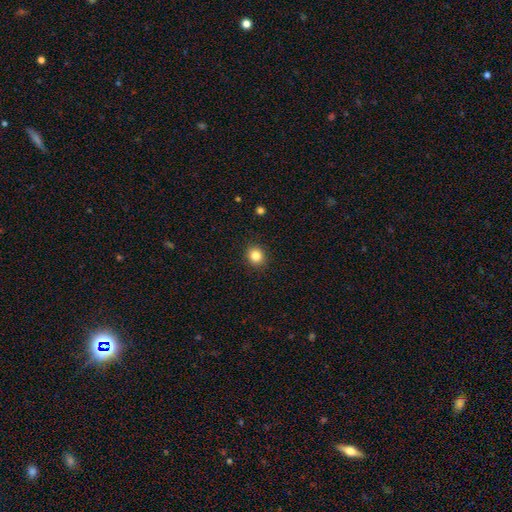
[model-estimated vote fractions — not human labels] The model was most divided on "how rounded": round: 81%, in between: 18%, cigar-shaped: 1%. More confident: merging — none (91%); smooth or featured — smooth (84%).